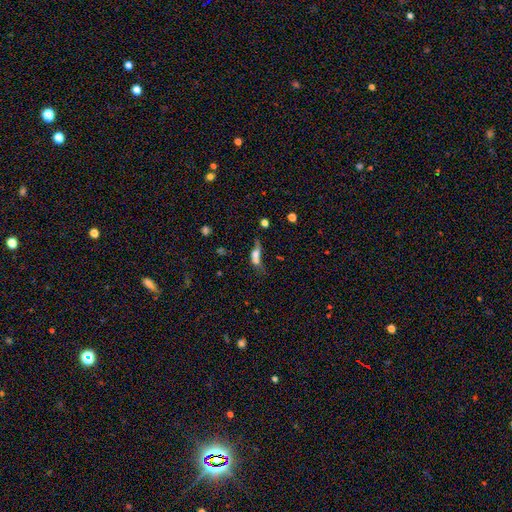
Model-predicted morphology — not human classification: Overall: smooth (53%; featured or disk 33%). How rounded: in between (60%; cigar-shaped 24%). Merging: merger (51%; major disturbance 19%).